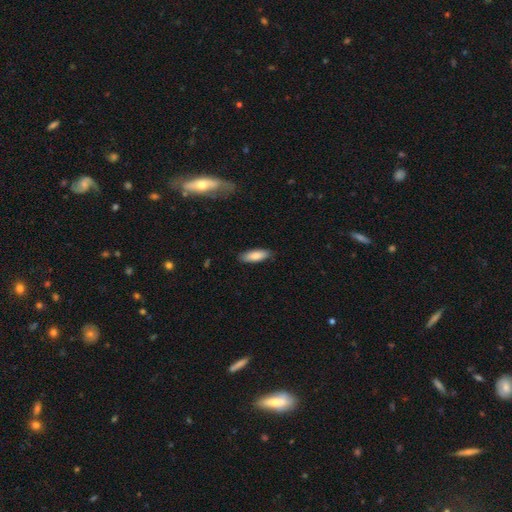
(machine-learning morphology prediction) This appears to be a smooth galaxy with no disk features (84%) that is in between round and cigar-shaped (65%). Merging: none (87%).